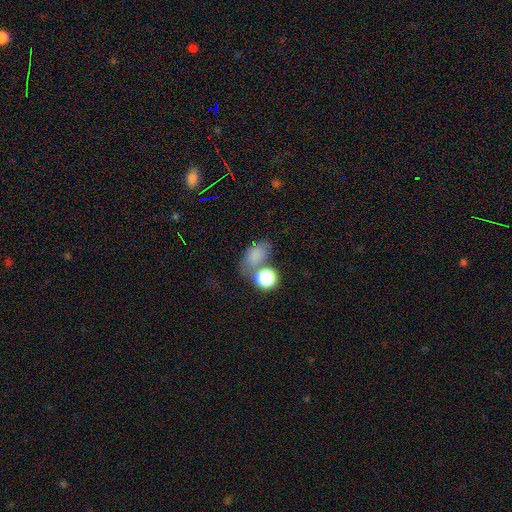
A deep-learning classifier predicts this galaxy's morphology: smooth 76%, star or artifact 15%, featured or disk 9%. Down the decision tree: how rounded — in between (77%); merging — none (54%).